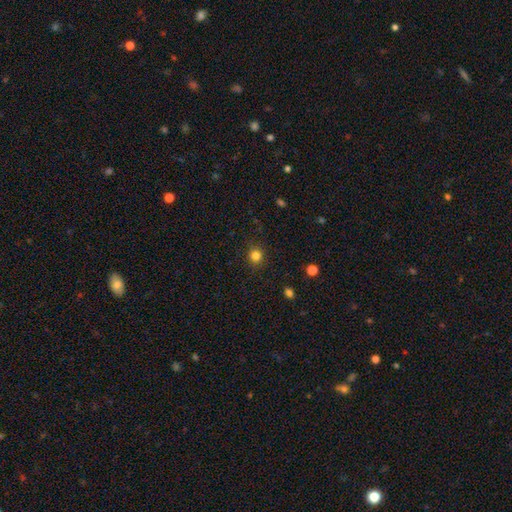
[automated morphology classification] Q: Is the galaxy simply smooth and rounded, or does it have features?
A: smooth — 82%.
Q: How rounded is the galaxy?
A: round — 90%.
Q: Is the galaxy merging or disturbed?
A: none — 90%.